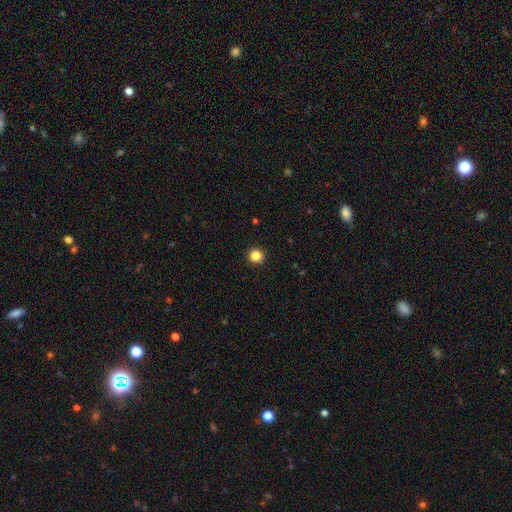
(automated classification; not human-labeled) This is clearly a smooth galaxy (85%). How rounded: clearly round (96%). Merging: clearly none (93%).